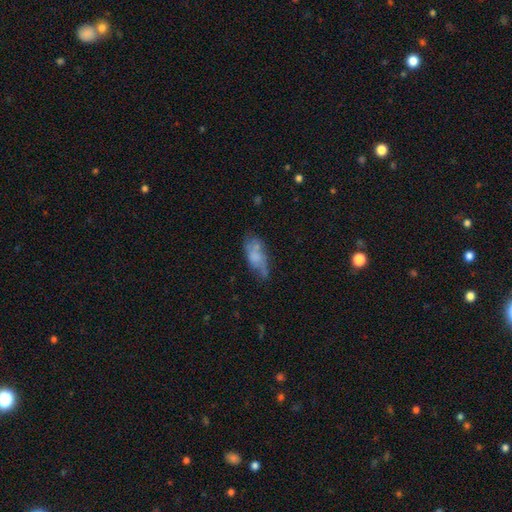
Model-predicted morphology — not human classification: Q: Smooth or featured?
A: smooth (55%); runner-up: featured or disk (35%)
Q: How rounded?
A: in between (80%); runner-up: cigar-shaped (16%)
Q: Merging?
A: none (45%); runner-up: minor disturbance (31%)